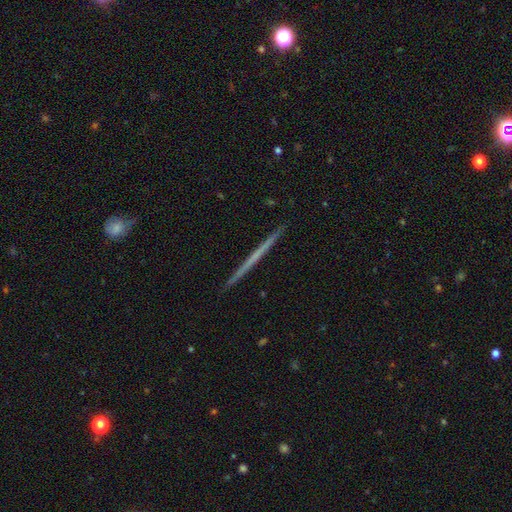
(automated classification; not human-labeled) Smooth or featured? featured or disk (60%)
Edge-on disk? yes (98%)
Edge-on bulge? none (92%)
Merging? none (93%)